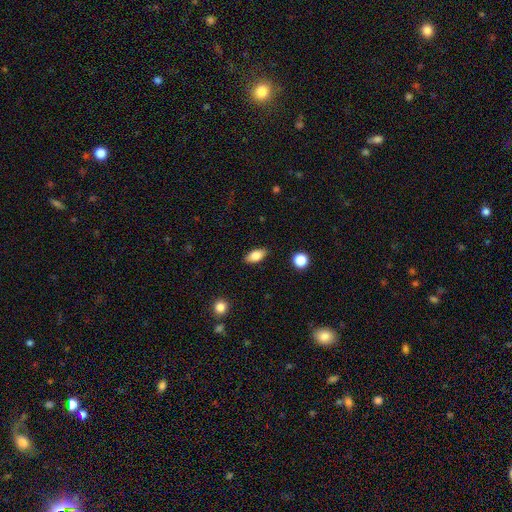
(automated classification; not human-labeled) The model was most divided on "smooth or featured": smooth: 82%, featured or disk: 11%, star or artifact: 8%. More confident: how rounded — in between (89%); merging — none (87%).